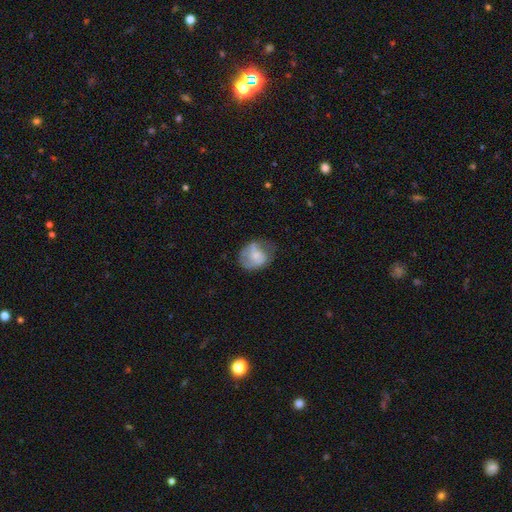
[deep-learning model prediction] Smooth or featured: smooth — 46% (tied with featured or disk — 46%)
Merging: none — 49% (minor disturbance — 30%)